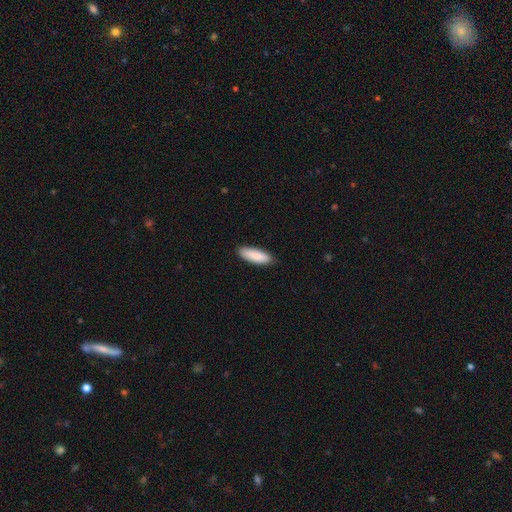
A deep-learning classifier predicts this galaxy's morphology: The model was most divided on "how rounded": in between: 58%, cigar-shaped: 41%, round: 1%. More confident: smooth or featured — smooth (90%); merging — none (87%).